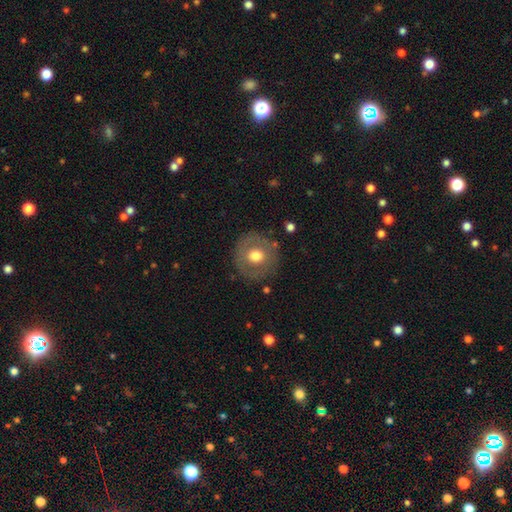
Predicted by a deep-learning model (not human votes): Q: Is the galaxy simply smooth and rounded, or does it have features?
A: smooth — 58%.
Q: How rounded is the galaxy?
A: round — 93%.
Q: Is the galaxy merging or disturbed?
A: none — 83%.